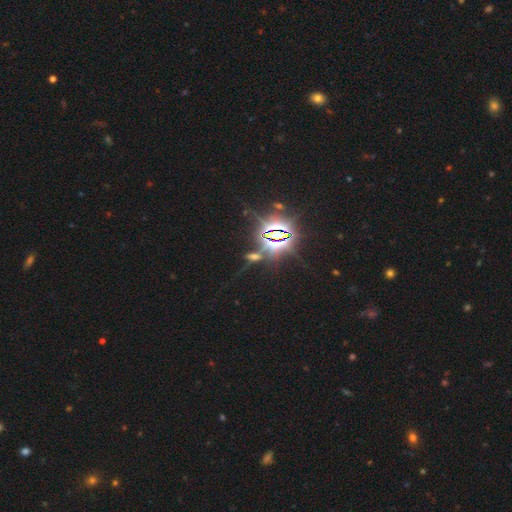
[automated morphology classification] type=star or artifact (84%).